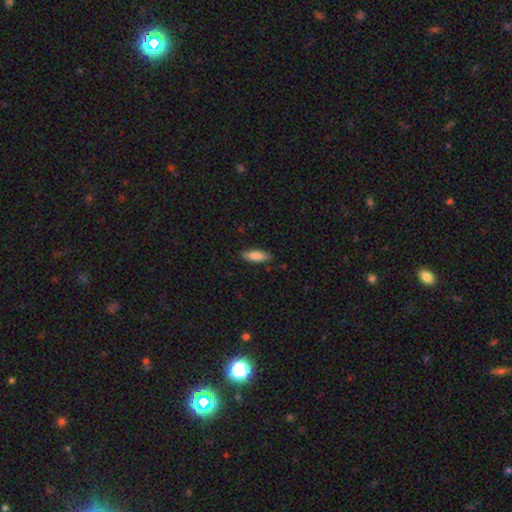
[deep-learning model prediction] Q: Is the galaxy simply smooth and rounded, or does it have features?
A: smooth — 83%.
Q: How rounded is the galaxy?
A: in between — 53%.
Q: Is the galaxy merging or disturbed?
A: none — 85%.